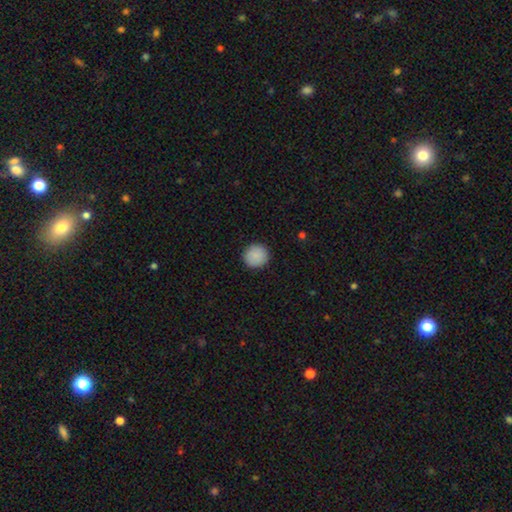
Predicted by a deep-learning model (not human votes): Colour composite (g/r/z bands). It shows a smooth galaxy with no disk features (89%) that is round (94%). Merging: none (92%).